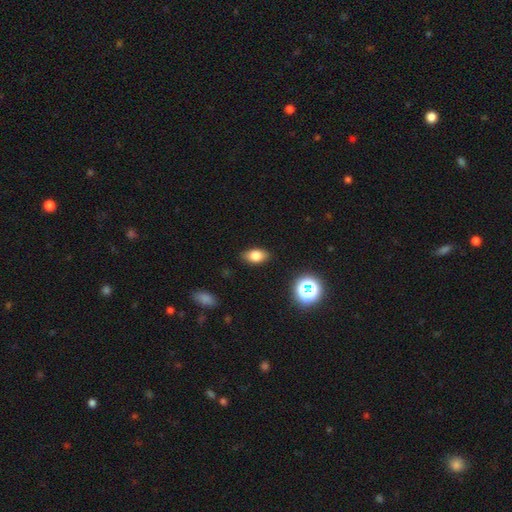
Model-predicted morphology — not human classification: A smooth galaxy with no disk features (78%) that is in between round and cigar-shaped (87%).

Vote fractions:
- Smooth or featured? smooth: 78% / star or artifact: 12% / featured or disk: 10%
- How rounded? in between: 87% / round: 9% / cigar-shaped: 3%
- Merging? none: 86% / minor disturbance: 11% / major disturbance: 2% / merger: 1%